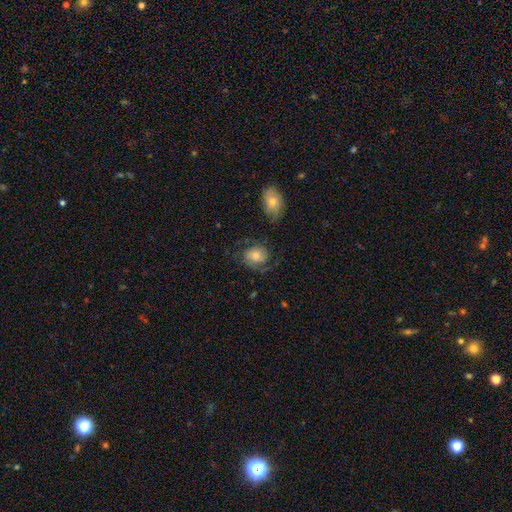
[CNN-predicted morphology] Q: Smooth or featured?
A: featured or disk (47%); runner-up: smooth (44%)
Q: Merging?
A: none (57%); runner-up: minor disturbance (21%)